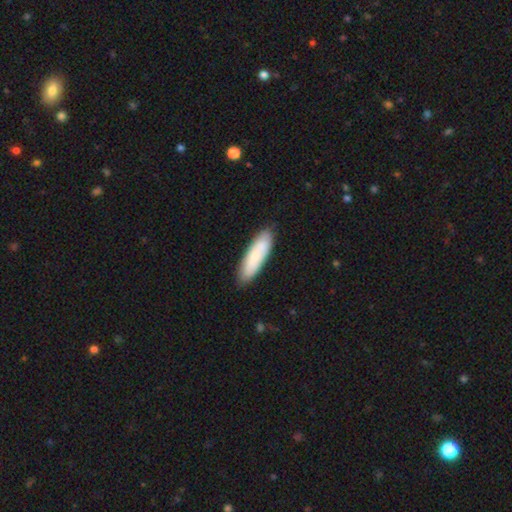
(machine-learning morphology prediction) Smooth or featured? smooth (80%)
How rounded? cigar-shaped (57%)
Merging? none (85%)